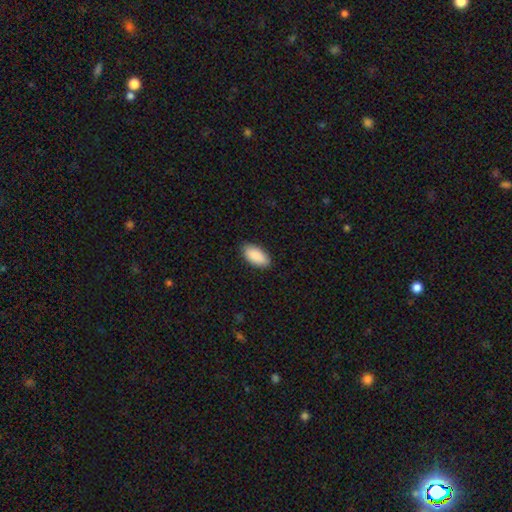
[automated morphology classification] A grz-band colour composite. It shows a smooth galaxy with no disk features (91%) that is in between round and cigar-shaped (94%). Merging: none (86%).